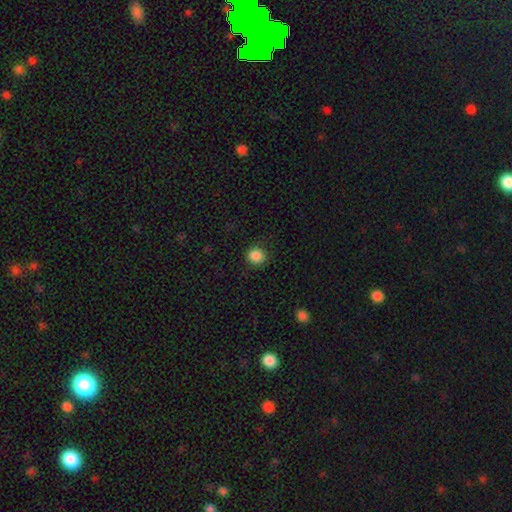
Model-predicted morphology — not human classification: The model was most divided on "how rounded": round: 80%, in between: 19%, cigar-shaped: 1%. More confident: smooth or featured — smooth (87%); merging — none (85%).